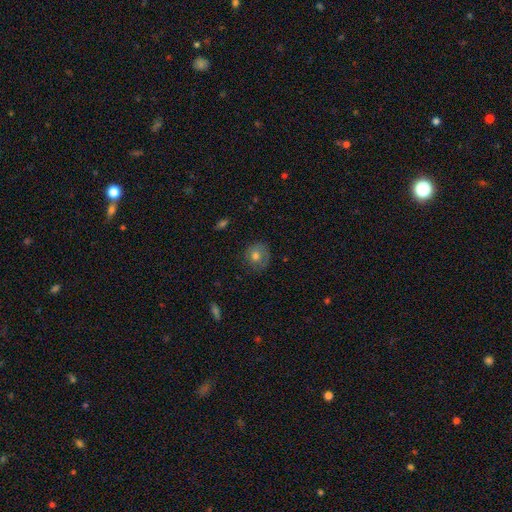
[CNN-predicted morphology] Smooth or featured: smooth — 67% (featured or disk — 23%)
How rounded: round — 84% (in between — 15%)
Merging: none — 75% (minor disturbance — 18%)